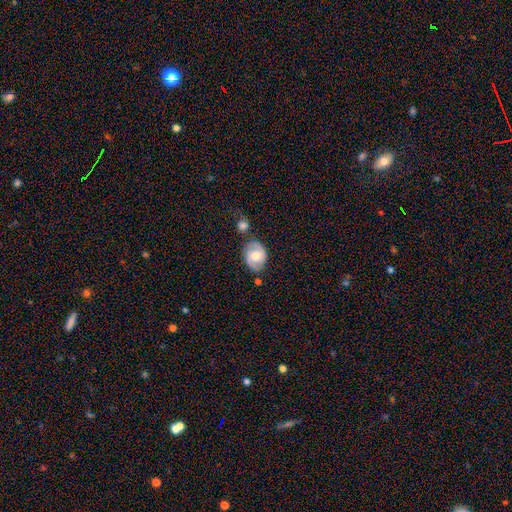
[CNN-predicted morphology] Smooth or featured: featured or disk — 52% (smooth — 41%)
Edge-on disk: no — 96% (yes — 4%)
Bar: no — 50% (weak — 39%)
Spiral arms: yes — 80% (no — 20%)
Bulge size: moderate — 71% (small — 16%)
Merging: none — 67% (minor disturbance — 18%)